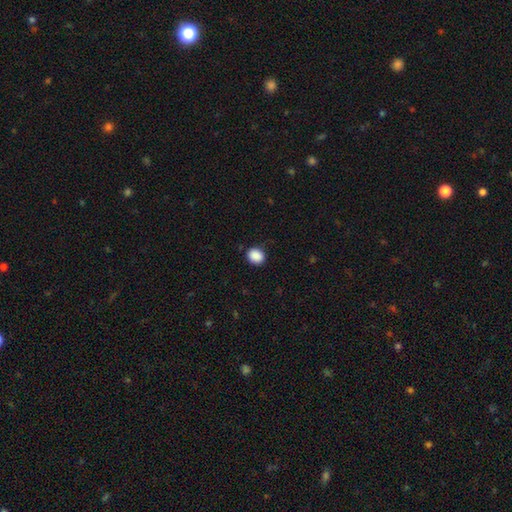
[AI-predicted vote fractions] Smooth or featured?
  - smooth: 89% *
  - star or artifact: 8%
  - featured or disk: 2%
How rounded?
  - round: 59% *
  - in between: 41%
  - cigar-shaped: 1%
Merging?
  - none: 87% *
  - minor disturbance: 10%
  - major disturbance: 2%
  - merger: 1%